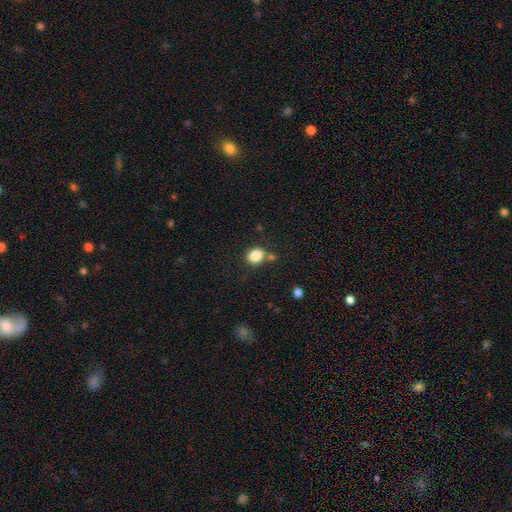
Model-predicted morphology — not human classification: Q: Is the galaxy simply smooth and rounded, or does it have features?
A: smooth — 85%.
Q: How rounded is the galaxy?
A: round — 63%.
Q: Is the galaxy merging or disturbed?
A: none — 71%.